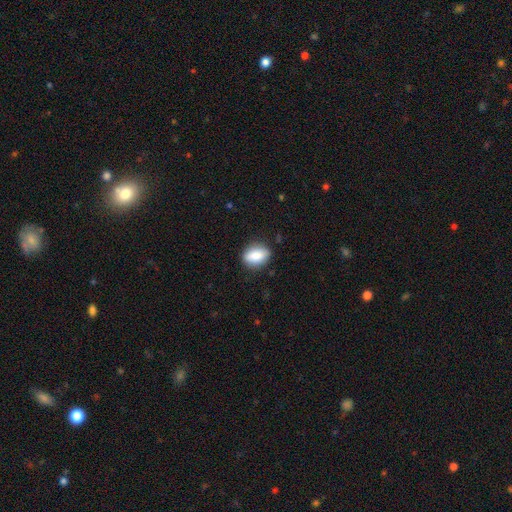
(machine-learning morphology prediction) The model was most divided on "how rounded": in between: 77%, round: 20%, cigar-shaped: 3%. More confident: smooth or featured — smooth (85%); merging — none (85%).